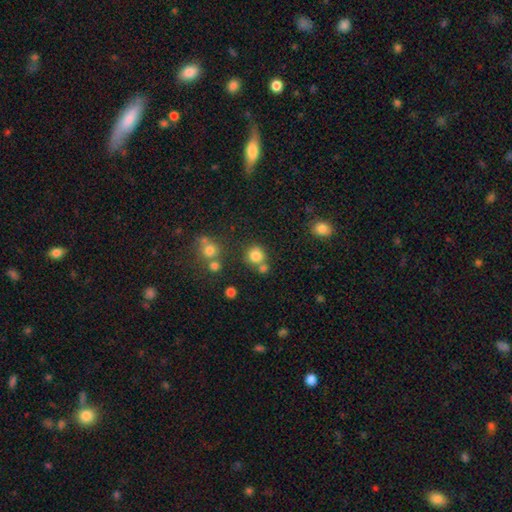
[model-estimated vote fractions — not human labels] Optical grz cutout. It shows a smooth galaxy with no disk features (80%) that is round (89%). Merging: none (68%).